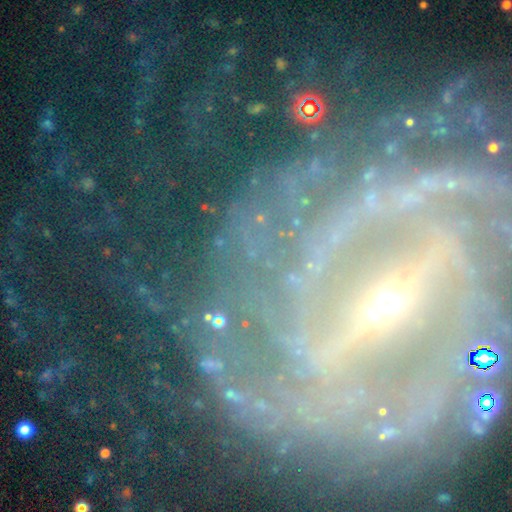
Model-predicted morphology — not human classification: Smooth or featured? featured or disk (71%)
Edge-on disk? no (93%)
Bar? strong (54%)
Spiral arms? yes (88%)
Spiral winding? tight (56%)
Spiral arm count? can't tell (28%)
Bulge size? small (71%)
Merging? none (66%)